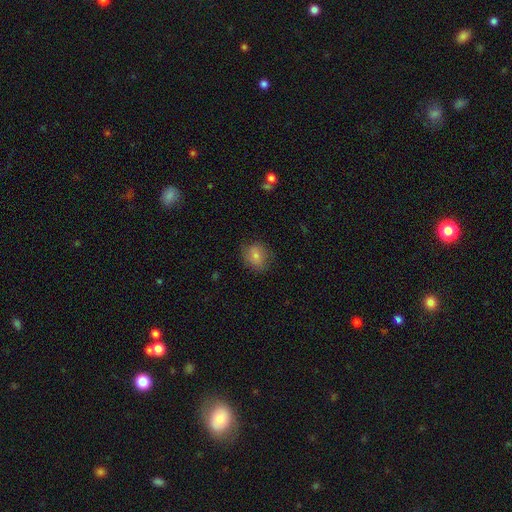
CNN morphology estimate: smooth_or_featured: smooth (p=0.74) [alt: featured or disk p=0.17]
how_rounded: round (p=0.58) [alt: in between p=0.41]
merging: none (p=0.75) [alt: minor disturbance p=0.18]